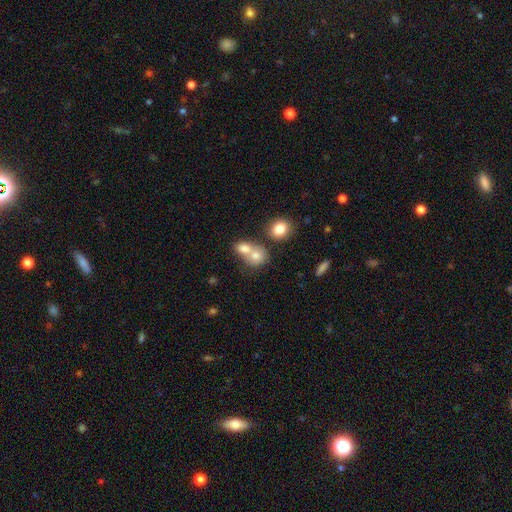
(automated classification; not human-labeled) This is likely a smooth galaxy (74%). How rounded: likely round (66%). Merging: possibly merger (59%).